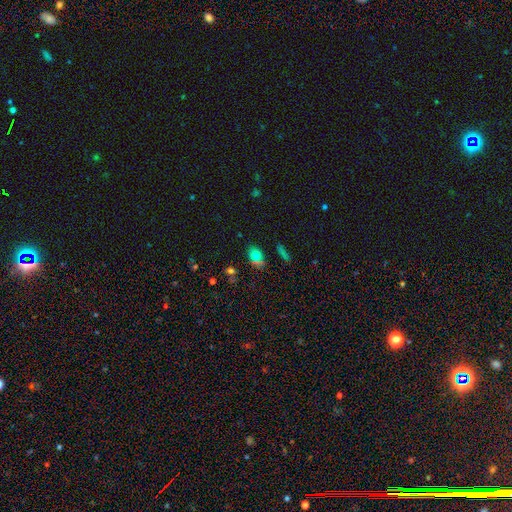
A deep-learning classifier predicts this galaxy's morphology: This appears to be a smooth galaxy with no disk features (65%) that is in between round and cigar-shaped (66%). Merging: none (71%).